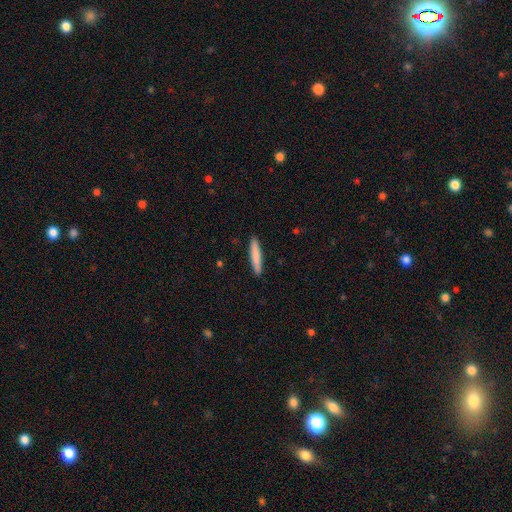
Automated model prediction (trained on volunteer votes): Smooth or featured: smooth — 80% (featured or disk — 15%)
How rounded: cigar-shaped — 93% (in between — 6%)
Merging: none — 91% (minor disturbance — 7%)